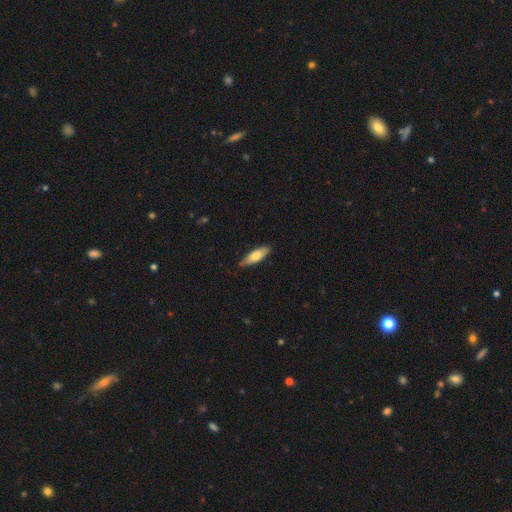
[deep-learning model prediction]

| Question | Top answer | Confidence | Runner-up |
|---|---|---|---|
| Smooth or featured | smooth | 69% | featured or disk (26%) |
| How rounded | in between | 50% | cigar-shaped (48%) |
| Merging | none | 82% | minor disturbance (15%) |